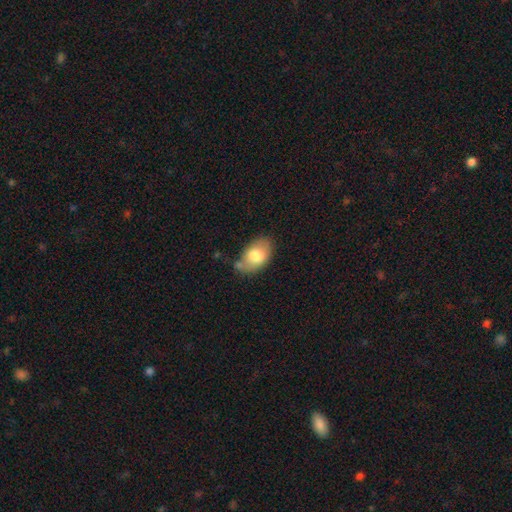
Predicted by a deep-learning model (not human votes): Q: Smooth or featured?
A: smooth (78%); runner-up: featured or disk (16%)
Q: How rounded?
A: in between (90%); runner-up: round (9%)
Q: Merging?
A: none (61%); runner-up: minor disturbance (24%)